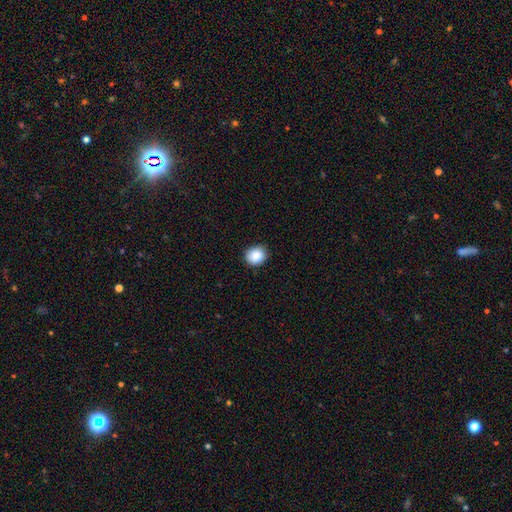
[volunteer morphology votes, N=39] This appears to be a smooth galaxy with no disk features (90%) that is round (91%). Merging: none (81%).